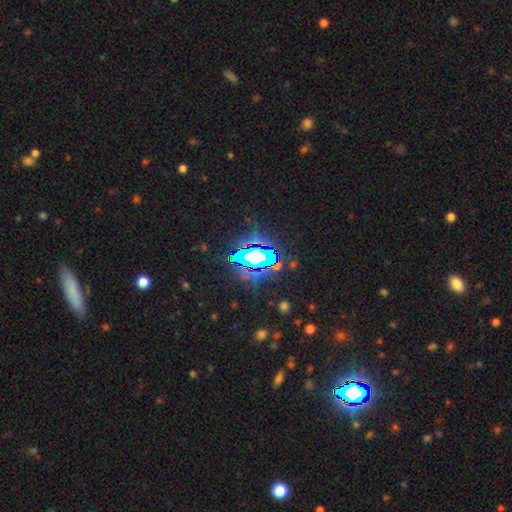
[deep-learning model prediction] A star or artifact, not a galaxy (66%).